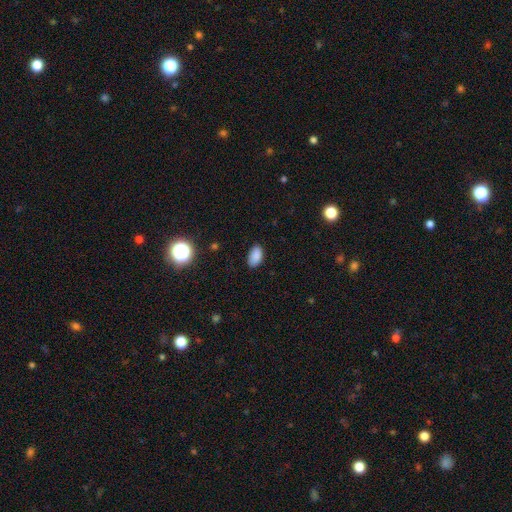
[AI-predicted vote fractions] A smooth galaxy with no disk features (85%) that is in between round and cigar-shaped (92%).

Vote fractions:
- Smooth or featured? smooth: 85% / star or artifact: 11% / featured or disk: 4%
- How rounded? in between: 92% / round: 6% / cigar-shaped: 2%
- Merging? none: 83% / minor disturbance: 13% / major disturbance: 3% / merger: 1%